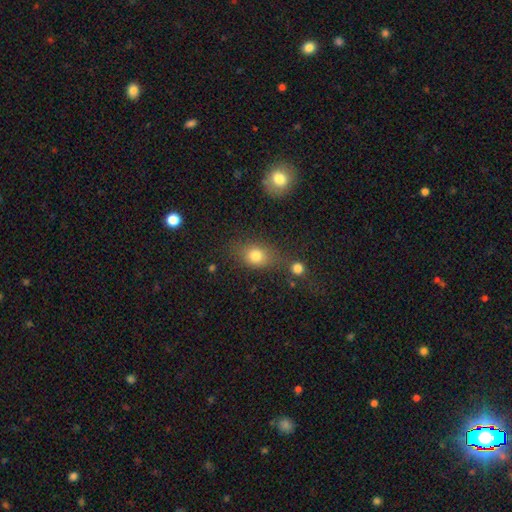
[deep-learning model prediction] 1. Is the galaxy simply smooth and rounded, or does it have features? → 77% smooth, 13% star or artifact, 10% featured or disk.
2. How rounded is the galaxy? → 59% in between, 38% round, 3% cigar-shaped.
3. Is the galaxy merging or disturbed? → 63% none, 15% minor disturbance, 14% merger, 7% major disturbance.